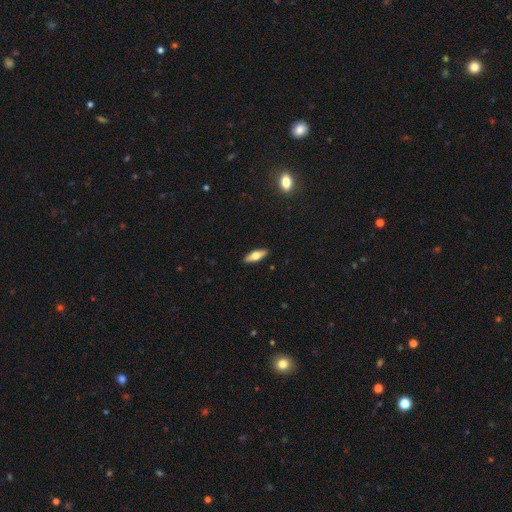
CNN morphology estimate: smooth 62%, featured or disk 32%, star or artifact 6%. Down the decision tree: how rounded — in between (60%); merging — none (90%).